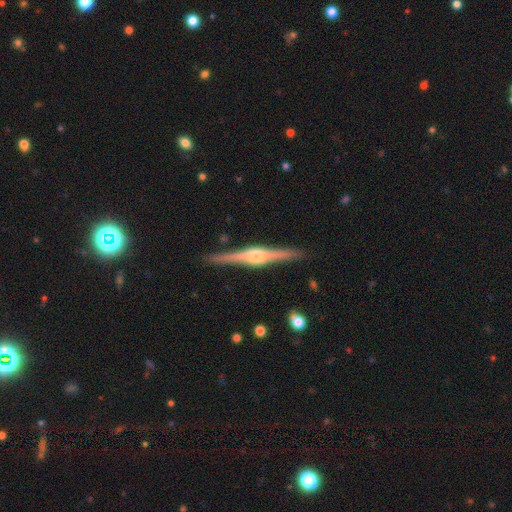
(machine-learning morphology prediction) smooth-or-featured: featured or disk: 83% | smooth: 12% | star or artifact: 5%
  disk-edge-on: yes: 98% | no: 2%
    edge-on-bulge: rounded: 86% | boxy: 11% | none: 3%
  merging: none: 89% | minor disturbance: 8% | major disturbance: 2% | merger: 1%